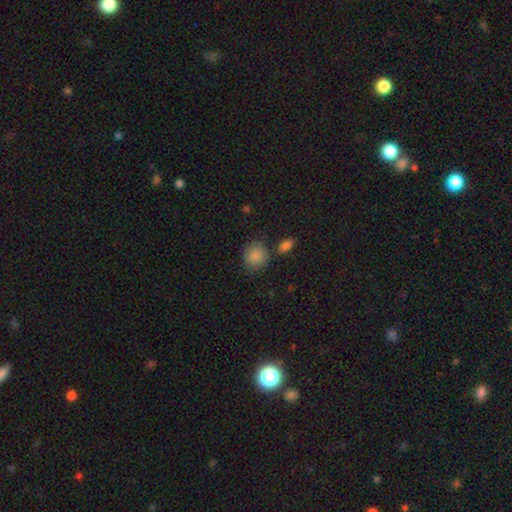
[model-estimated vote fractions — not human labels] Smooth or featured? Predicted: smooth (p=0.88). How rounded? Predicted: round (p=0.76). Merging? Predicted: none (p=0.75).